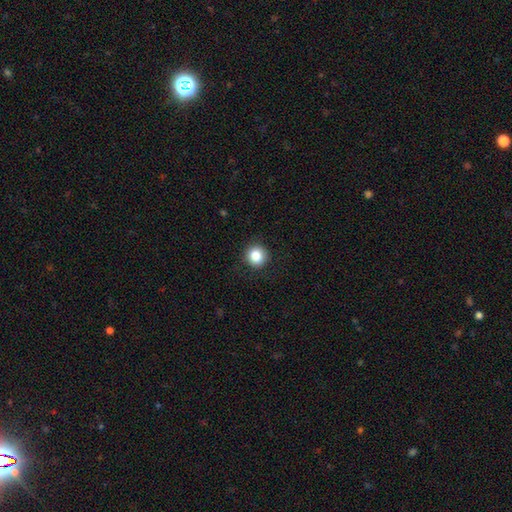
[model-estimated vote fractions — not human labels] Smooth or featured? smooth (85%)
How rounded? round (94%)
Merging? none (91%)